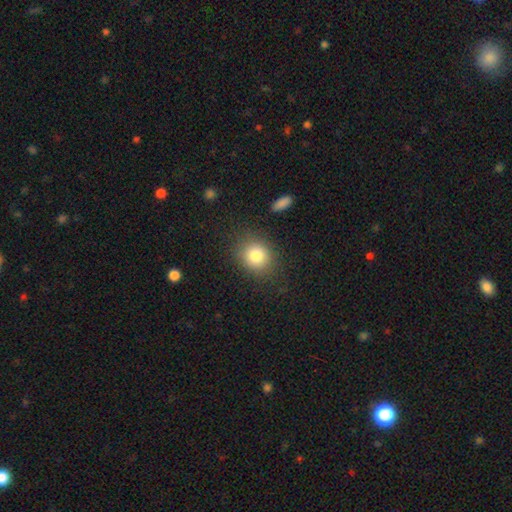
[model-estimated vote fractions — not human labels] Q: Smooth or featured?
A: smooth (82%); runner-up: star or artifact (11%)
Q: How rounded?
A: round (72%); runner-up: in between (27%)
Q: Merging?
A: none (83%); runner-up: minor disturbance (11%)